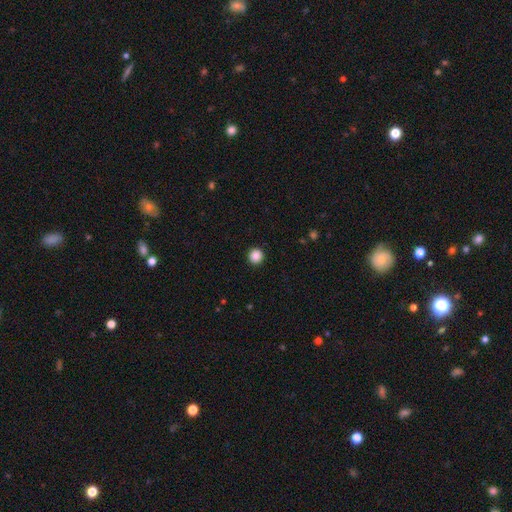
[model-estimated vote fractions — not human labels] smooth-or-featured: smooth: 87% | star or artifact: 10% | featured or disk: 3%
  how-rounded: round: 96% | in between: 3% | cigar-shaped: 1%
  merging: none: 94% | minor disturbance: 4% | major disturbance: 1% | merger: 1%